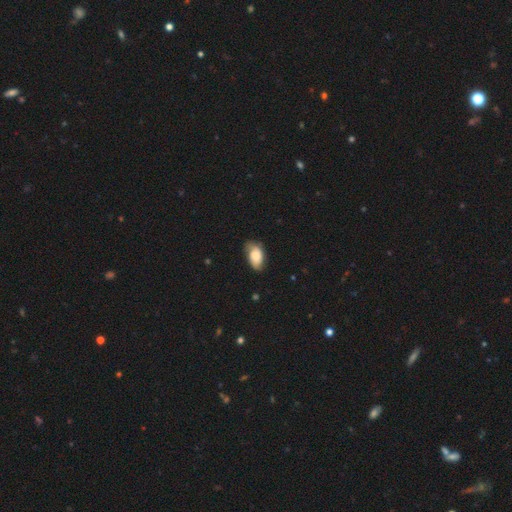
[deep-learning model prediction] Smooth or featured?
  - smooth: 72% *
  - featured or disk: 21%
  - star or artifact: 7%
How rounded?
  - in between: 93% *
  - round: 5%
  - cigar-shaped: 2%
Merging?
  - none: 58% *
  - minor disturbance: 32%
  - major disturbance: 8%
  - merger: 2%